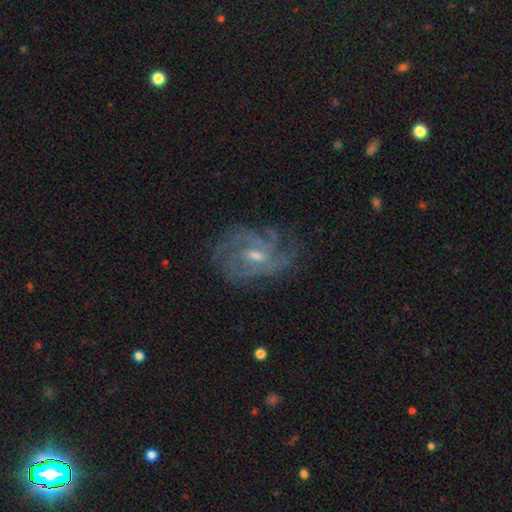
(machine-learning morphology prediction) A featured or disk galaxy (81%) with a weak bar (53%), tight (48%) spiral arms (93%) and a moderate central bulge (50%).

Vote fractions:
- Smooth or featured? featured or disk: 81% / star or artifact: 9% / smooth: 9%
- Edge-on disk? no: 97% / yes: 3%
- Bar? weak: 53% / no: 33% / strong: 13%
- Spiral arms? yes: 93% / no: 7%
- Spiral winding? tight: 48% / medium: 39% / loose: 12%
- Spiral arm count? can't tell: 31% / 3: 26% / 2: 16% / 4: 16% / more than 4: 6% / 1: 6%
- Bulge size? moderate: 50% / small: 43% / none: 3% / large: 2% / dominant: 1%
- Merging? none: 67% / minor disturbance: 19% / major disturbance: 12% / merger: 2%